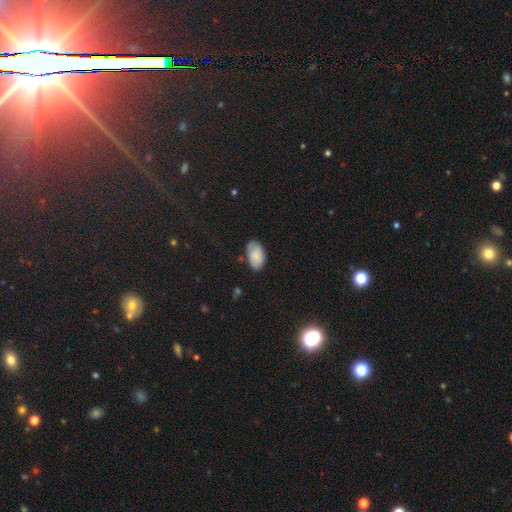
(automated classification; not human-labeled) Smooth or featured?
  - smooth: 79% *
  - featured or disk: 13%
  - star or artifact: 8%
How rounded?
  - in between: 94% *
  - round: 5%
  - cigar-shaped: 1%
Merging?
  - none: 69% *
  - minor disturbance: 24%
  - major disturbance: 5%
  - merger: 3%